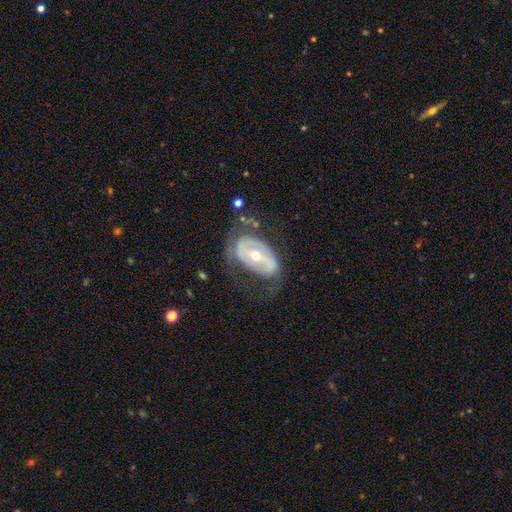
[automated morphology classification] This appears to be a featured or disk galaxy (70%) with no bar (51%), spiral arms (54%) and a moderate central bulge (55%). Merging: none (49%).